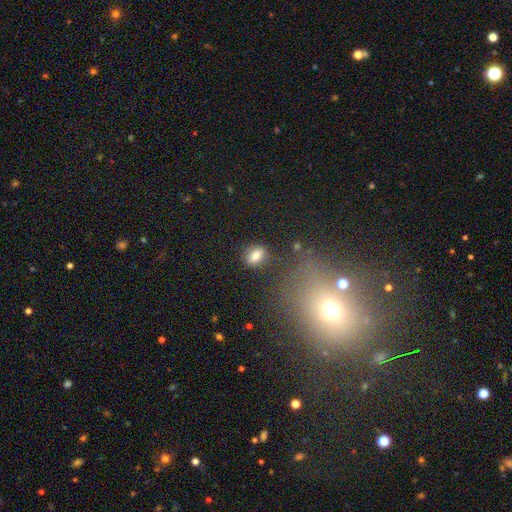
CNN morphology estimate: This appears to be a smooth galaxy with no disk features (81%) that is in between round and cigar-shaped (80%). Merging: none (78%).